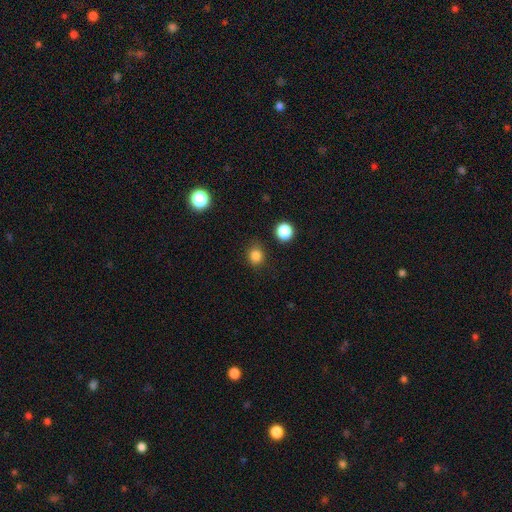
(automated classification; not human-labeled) This is clearly a smooth galaxy (83%). How rounded: likely round (79%). Merging: clearly none (83%).